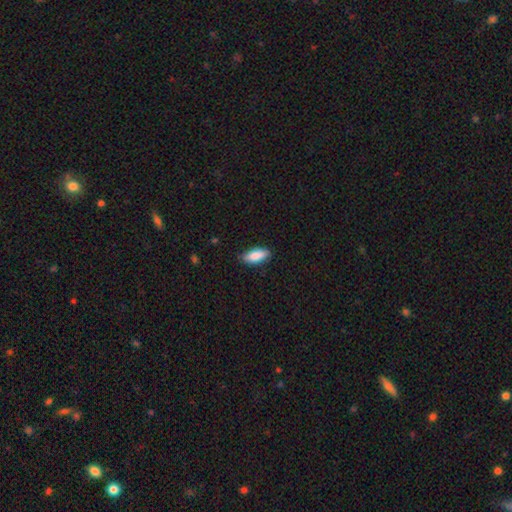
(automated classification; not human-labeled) Morphology: type=smooth (86%); roundness=in between (81%); merging=none (84%).